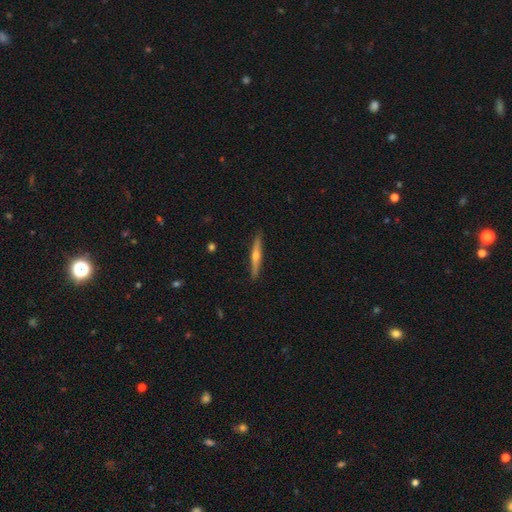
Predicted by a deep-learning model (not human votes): Smooth or featured?
  - featured or disk: 68% *
  - smooth: 26%
  - star or artifact: 6%
Edge-on disk?
  - yes: 97% *
  - no: 3%
Edge-on bulge?
  - rounded: 88% *
  - none: 9%
  - boxy: 3%
Merging?
  - none: 91% *
  - minor disturbance: 7%
  - major disturbance: 1%
  - merger: 1%